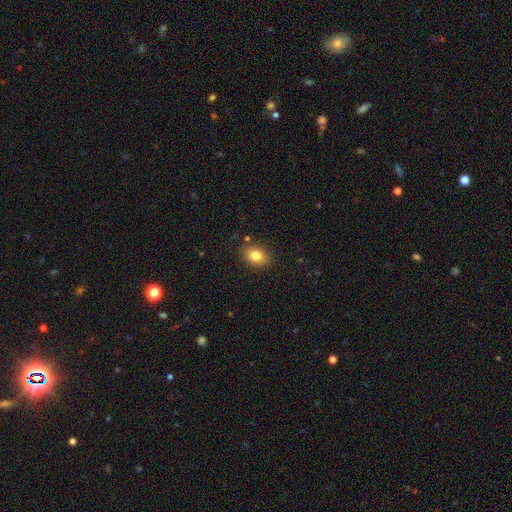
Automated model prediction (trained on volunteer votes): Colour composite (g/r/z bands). It shows a smooth galaxy with no disk features (82%) that is in between round and cigar-shaped (69%). Merging: none (85%).